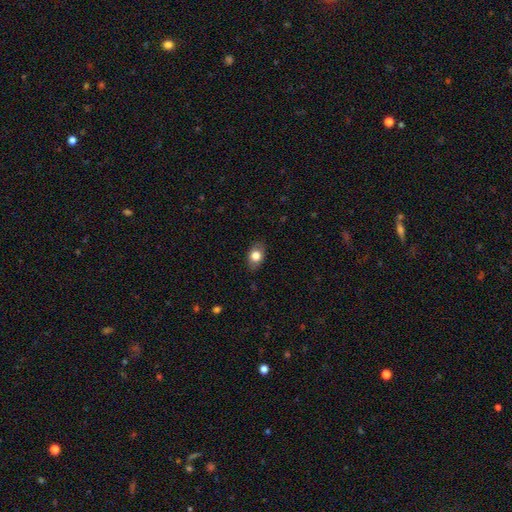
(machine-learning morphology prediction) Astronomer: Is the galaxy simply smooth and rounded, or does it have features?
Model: smooth — 79%.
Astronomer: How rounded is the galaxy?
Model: in between — 75%.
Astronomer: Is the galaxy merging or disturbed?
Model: none — 82%.